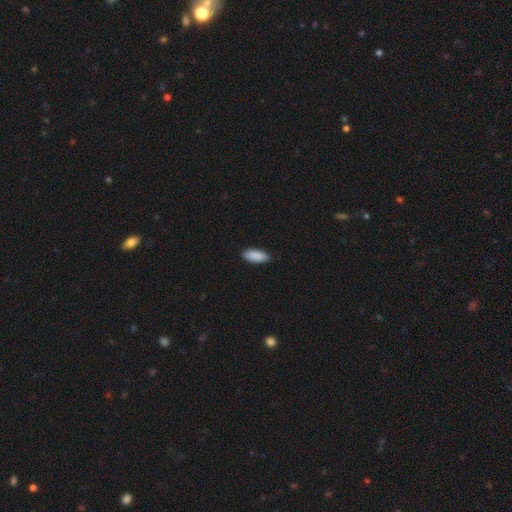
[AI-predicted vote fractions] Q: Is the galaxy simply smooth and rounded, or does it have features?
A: smooth — 91%.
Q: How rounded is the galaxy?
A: in between — 83%.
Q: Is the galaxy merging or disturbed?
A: none — 88%.